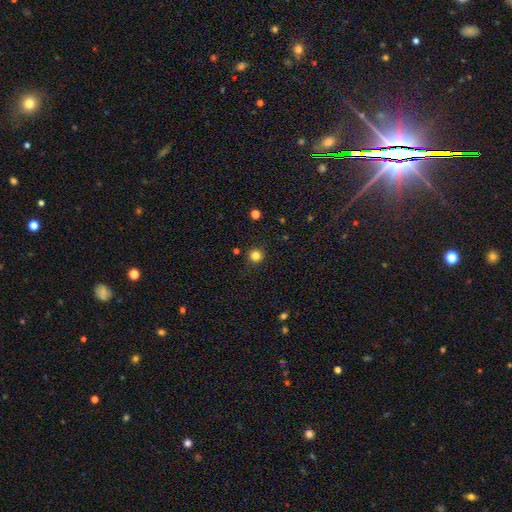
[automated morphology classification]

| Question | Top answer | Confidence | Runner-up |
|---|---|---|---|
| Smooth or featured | smooth | 82% | star or artifact (14%) |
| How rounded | round | 95% | in between (4%) |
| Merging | none | 91% | minor disturbance (5%) |